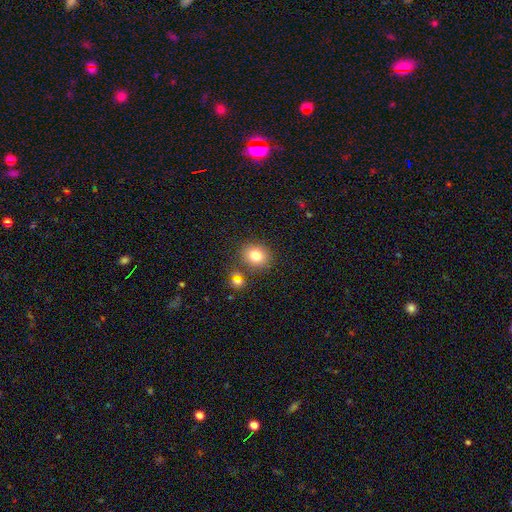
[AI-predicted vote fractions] smooth 80%, star or artifact 11%, featured or disk 8%. Down the decision tree: how rounded — round (70%); merging — none (77%).